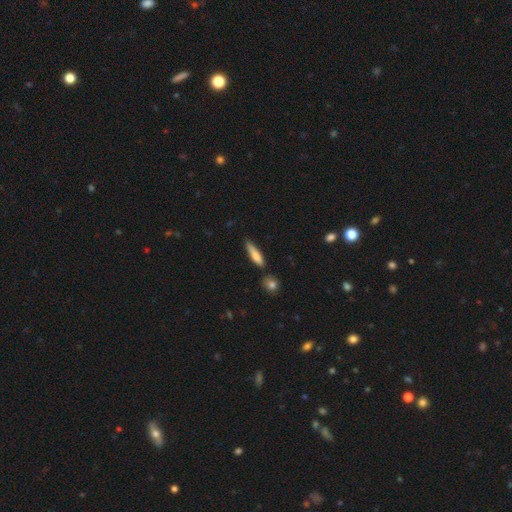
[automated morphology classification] smooth 76%, featured or disk 17%, star or artifact 6%. Down the decision tree: how rounded — cigar-shaped (76%); merging — none (69%).